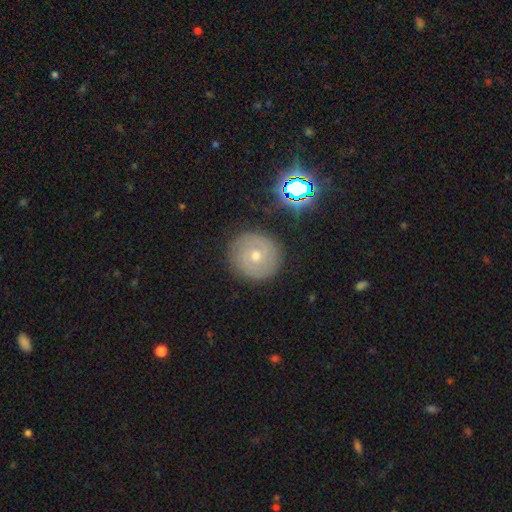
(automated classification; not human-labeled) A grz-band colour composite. It shows a featured or disk galaxy (50%). Merging: none (86%).